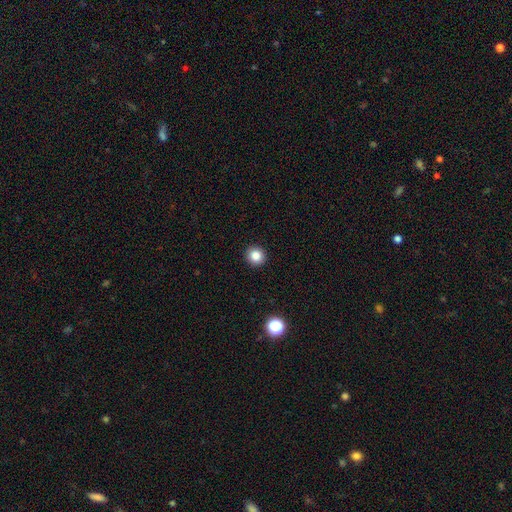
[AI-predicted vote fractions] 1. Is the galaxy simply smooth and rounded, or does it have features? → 85% smooth, 11% star or artifact, 4% featured or disk.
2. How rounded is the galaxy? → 92% round, 7% in between, 1% cigar-shaped.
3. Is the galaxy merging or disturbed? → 93% none, 5% minor disturbance, 2% major disturbance, 1% merger.